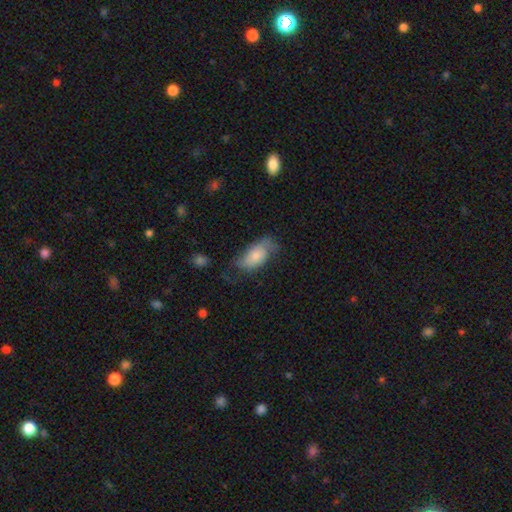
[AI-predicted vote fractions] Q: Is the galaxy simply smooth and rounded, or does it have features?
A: smooth — 59%.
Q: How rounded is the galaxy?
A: in between — 91%.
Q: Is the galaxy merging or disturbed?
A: none — 45%.